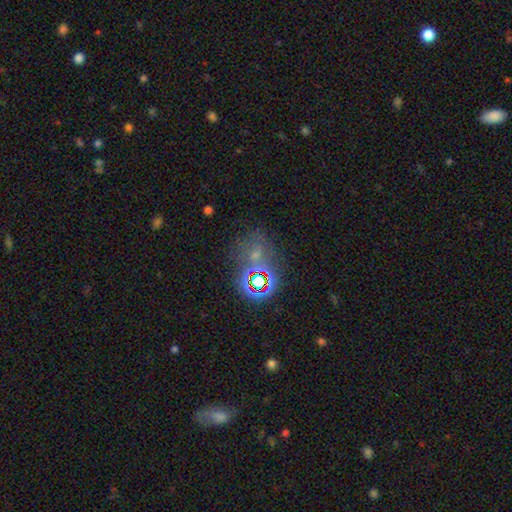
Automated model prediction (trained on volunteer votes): This appears to be a star or artifact, not a galaxy (48%).